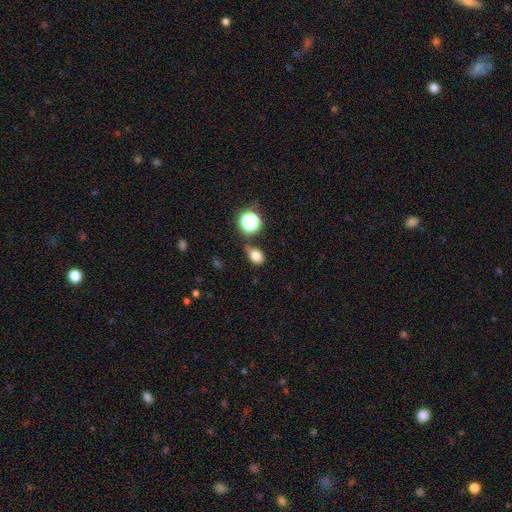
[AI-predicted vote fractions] The model was most divided on "how rounded": in between: 68%, round: 30%, cigar-shaped: 1%. More confident: smooth or featured — smooth (78%); merging — none (67%).